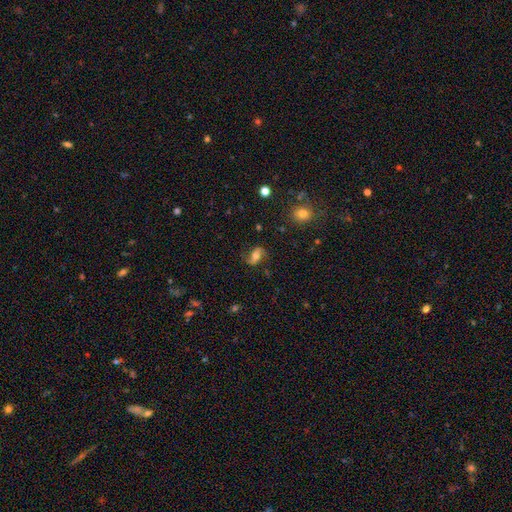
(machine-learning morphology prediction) Smooth or featured? Predicted: featured or disk (p=0.64). Edge-on disk? Predicted: no (p=0.95). Bar? Predicted: no (p=0.46). Spiral arms? Predicted: yes (p=0.90). Spiral winding? Predicted: loose (p=0.62). Spiral arm count? Predicted: 2 (p=0.91). Bulge size? Predicted: moderate (p=0.60). Merging? Predicted: none (p=0.76).